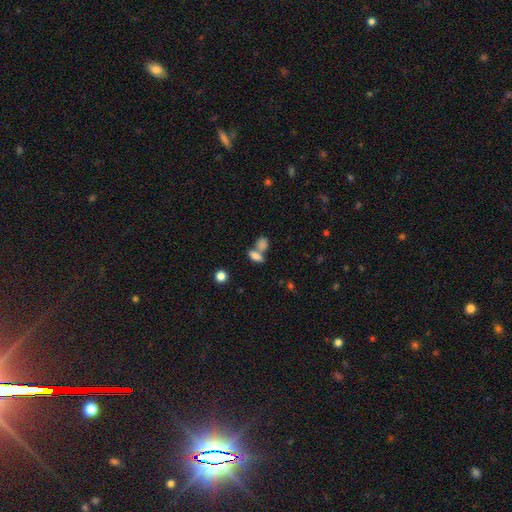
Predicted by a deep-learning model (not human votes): Overall: smooth (79%). How rounded: in between (77%). Merging: merger (47%; none 40%).